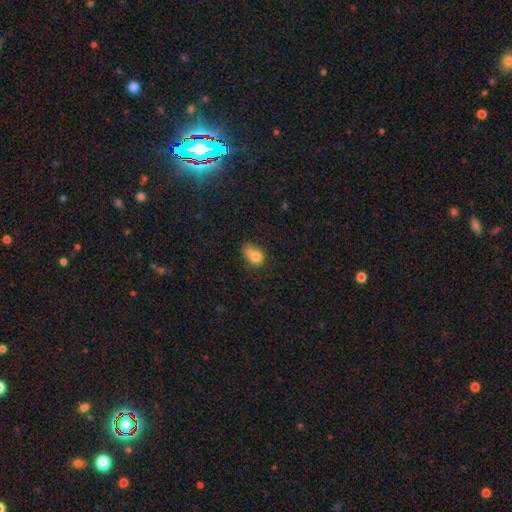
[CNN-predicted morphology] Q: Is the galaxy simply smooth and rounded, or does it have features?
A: smooth — 74%.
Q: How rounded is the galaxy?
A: round — 54%.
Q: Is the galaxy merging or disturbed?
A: merger — 53%.